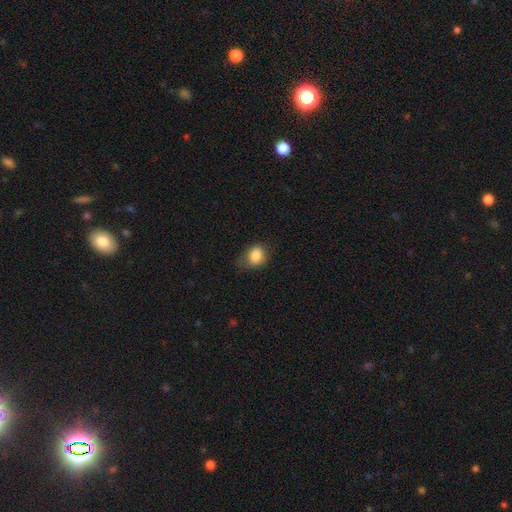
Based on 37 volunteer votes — smooth-or-featured: smooth: 89% | featured or disk: 5% | star or artifact: 5%
  how-rounded: round: 67% | in between: 33% | cigar-shaped: 0%
  merging: none: 49% | minor disturbance: 40% | major disturbance: 11% | merger: 0%